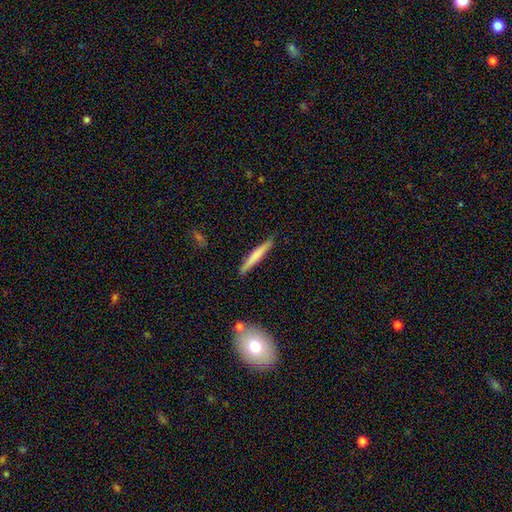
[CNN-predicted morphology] The model was most divided on "smooth or featured": smooth: 66%, featured or disk: 28%, star or artifact: 6%. More confident: how rounded — cigar-shaped (95%); merging — none (88%).